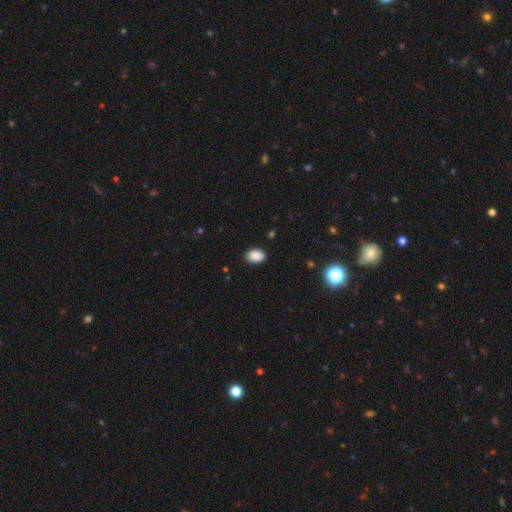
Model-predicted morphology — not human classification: smooth_or_featured: smooth (p=0.89) [alt: star or artifact p=0.08]
how_rounded: in between (p=0.83) [alt: round p=0.16]
merging: none (p=0.88) [alt: minor disturbance p=0.09]